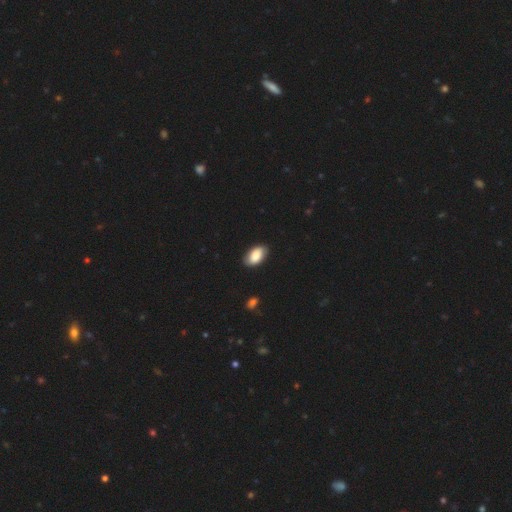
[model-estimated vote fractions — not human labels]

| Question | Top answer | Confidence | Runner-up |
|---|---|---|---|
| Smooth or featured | smooth | 82% | featured or disk (12%) |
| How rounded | in between | 94% | round (4%) |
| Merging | none | 84% | minor disturbance (12%) |